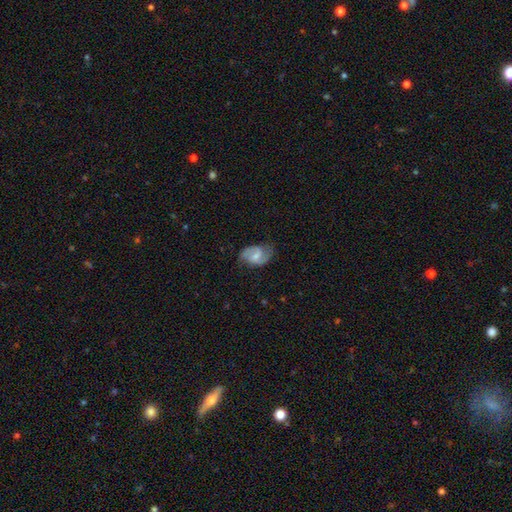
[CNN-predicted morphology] featured or disk 75%, smooth 19%, star or artifact 6%. Down the decision tree: edge-on disk — no (97%); bar — weak (53%); spiral arms — yes (94%); spiral arm count — 2 (89%); spiral winding — medium (50%); bulge size — small (47%); merging — none (72%).